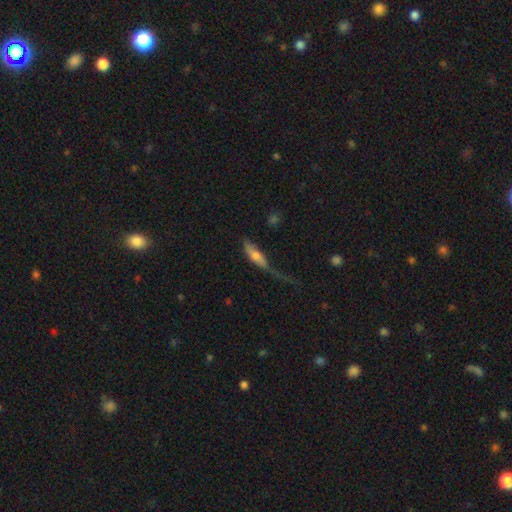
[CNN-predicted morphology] Q: Smooth or featured?
A: smooth (55%); runner-up: featured or disk (37%)
Q: How rounded?
A: cigar-shaped (52%); runner-up: in between (45%)
Q: Merging?
A: major disturbance (48%); runner-up: none (24%)